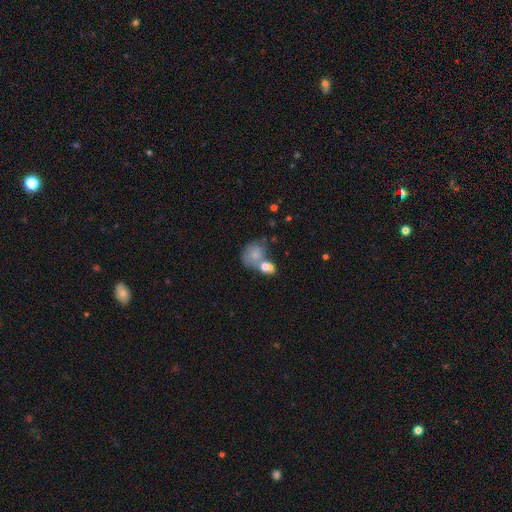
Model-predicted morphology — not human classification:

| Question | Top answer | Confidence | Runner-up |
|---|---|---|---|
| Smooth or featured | smooth | 71% | featured or disk (19%) |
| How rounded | in between | 55% | round (43%) |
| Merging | merger | 47% | none (30%) |